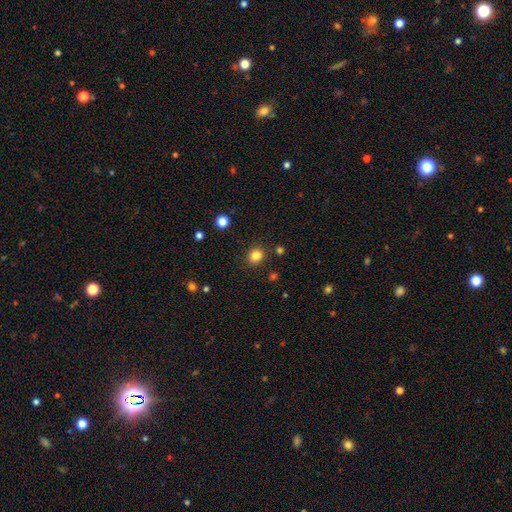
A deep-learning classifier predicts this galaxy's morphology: smooth 83%, star or artifact 13%, featured or disk 4%. Down the decision tree: how rounded — round (75%); merging — none (88%).